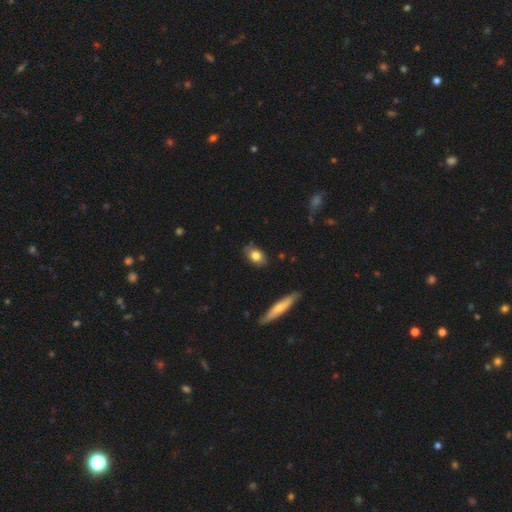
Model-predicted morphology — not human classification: smooth 79%, featured or disk 13%, star or artifact 7%. Down the decision tree: how rounded — in between (83%); merging — none (77%).